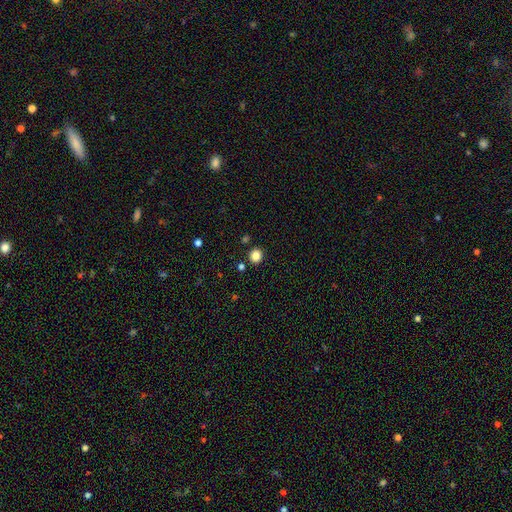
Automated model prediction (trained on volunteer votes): smooth 84%, star or artifact 12%, featured or disk 4%. Down the decision tree: how rounded — round (83%); merging — none (88%).